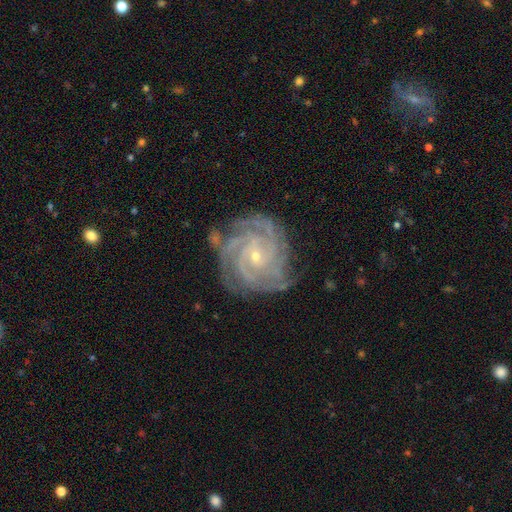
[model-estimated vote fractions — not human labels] Smooth or featured: featured or disk — 91% (star or artifact — 5%)
Edge-on disk: no — 98% (yes — 2%)
Bar: no — 60% (weak — 29%)
Spiral arms: yes — 99% (no — 1%)
Spiral winding: tight — 78% (medium — 20%)
Spiral arm count: 4 — 38% (3 — 21%)
Bulge size: small — 82% (moderate — 15%)
Merging: none — 75% (minor disturbance — 17%)